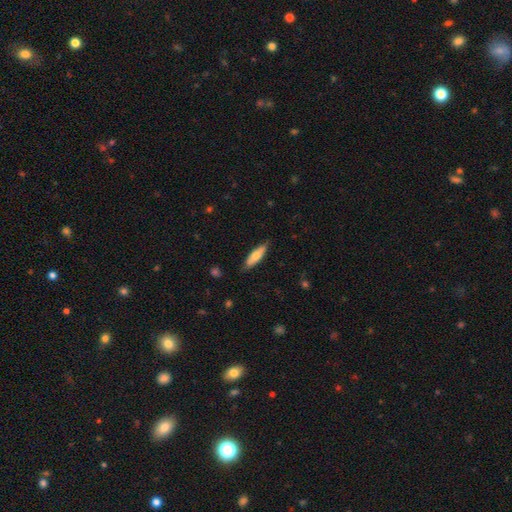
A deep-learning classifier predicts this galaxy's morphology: Smooth or featured: smooth — 67% (featured or disk — 27%)
How rounded: cigar-shaped — 59% (in between — 39%)
Merging: none — 82% (minor disturbance — 14%)